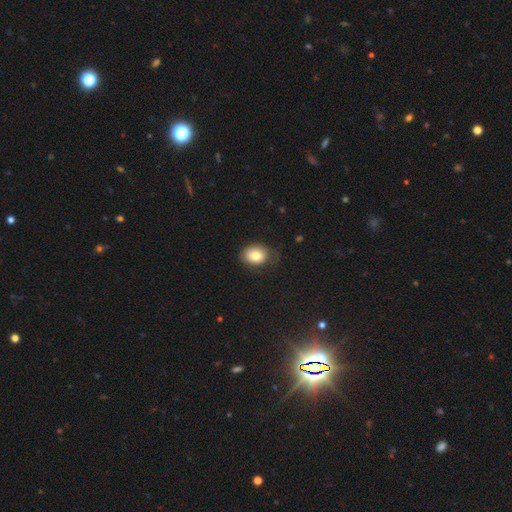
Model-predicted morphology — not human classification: The model was most divided on "how rounded": in between: 61%, round: 38%, cigar-shaped: 1%. More confident: smooth or featured — smooth (80%); merging — none (65%).